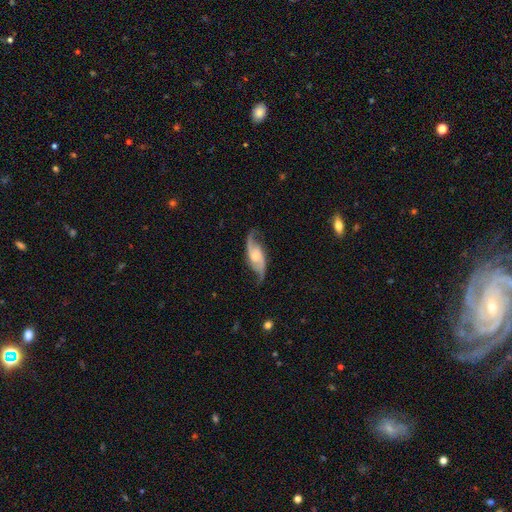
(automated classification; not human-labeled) A featured or disk galaxy (88%) with no bar (55%), 2 (93%) loose (57%) spiral arms (97%) and a moderate central bulge (45%).

Vote fractions:
- Smooth or featured? featured or disk: 88% / smooth: 8% / star or artifact: 5%
- Edge-on disk? no: 94% / yes: 6%
- Bar? no: 55% / weak: 36% / strong: 9%
- Spiral arms? yes: 97% / no: 3%
- Spiral winding? loose: 57% / medium: 34% / tight: 9%
- Spiral arm count? 2: 93% / can't tell: 2% / 1: 1% / 3: 1% / 4: 1% / more than 4: 1%
- Bulge size? moderate: 45% / small: 41% / none: 7% / large: 5% / dominant: 1%
- Merging? none: 76% / minor disturbance: 16% / major disturbance: 7% / merger: 2%